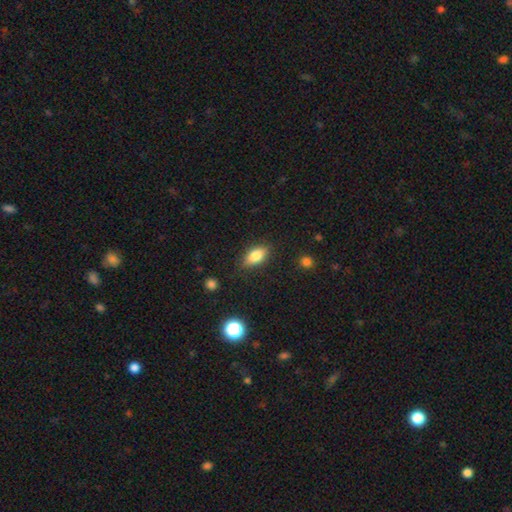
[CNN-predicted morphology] A smooth galaxy with no disk features (81%) that is in between round and cigar-shaped (85%). Merging: none (83%).